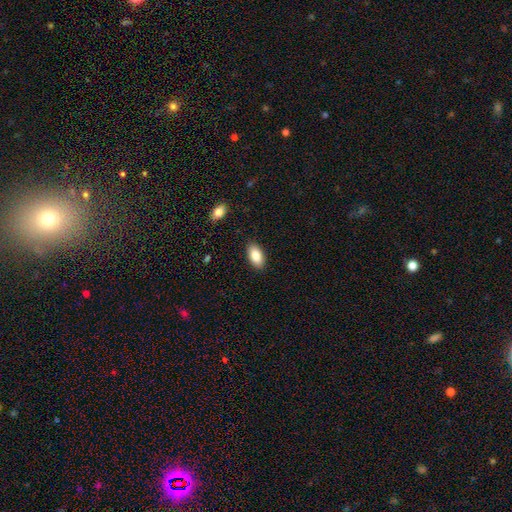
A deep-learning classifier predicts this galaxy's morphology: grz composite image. It shows a smooth galaxy with no disk features (86%) that is in between round and cigar-shaped (93%). Merging: none (88%).